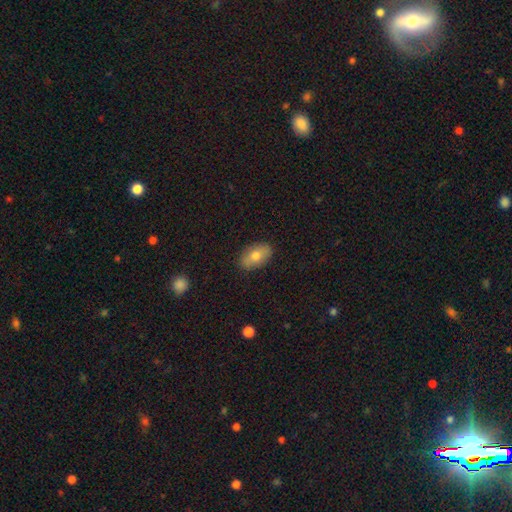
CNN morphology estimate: Smooth or featured? Predicted: smooth (p=0.72). How rounded? Predicted: in between (p=0.91). Merging? Predicted: none (p=0.86).